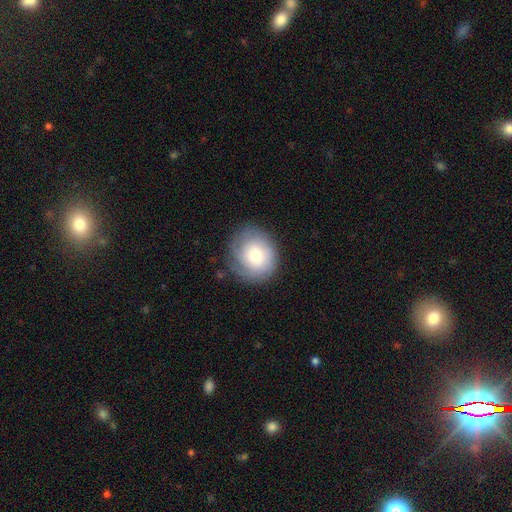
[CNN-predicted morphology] A smooth galaxy with no disk features (61%) that is round (77%). Merging: none (74%).